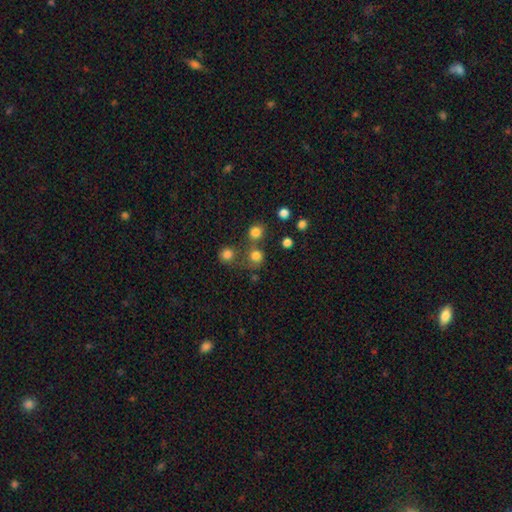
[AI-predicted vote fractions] smooth_or_featured: smooth (p=0.78) [alt: star or artifact p=0.15]
how_rounded: round (p=0.86) [alt: in between p=0.13]
merging: none (p=0.58) [alt: merger p=0.28]